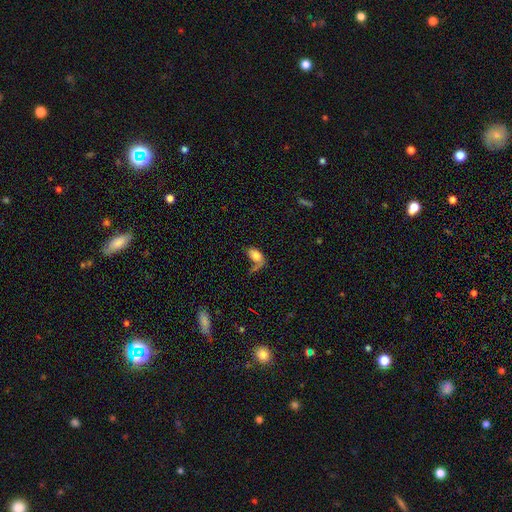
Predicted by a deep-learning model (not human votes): This is likely a smooth galaxy (67%). How rounded: clearly in between (89%). Merging: marginally none (31%).